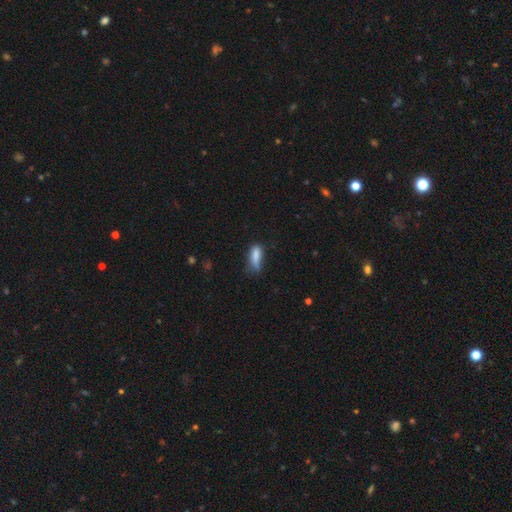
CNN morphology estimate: smooth_or_featured: smooth (p=0.82) [alt: featured or disk p=0.10]
how_rounded: in between (p=0.58) [alt: cigar-shaped p=0.39]
merging: none (p=0.42) [alt: minor disturbance p=0.38]